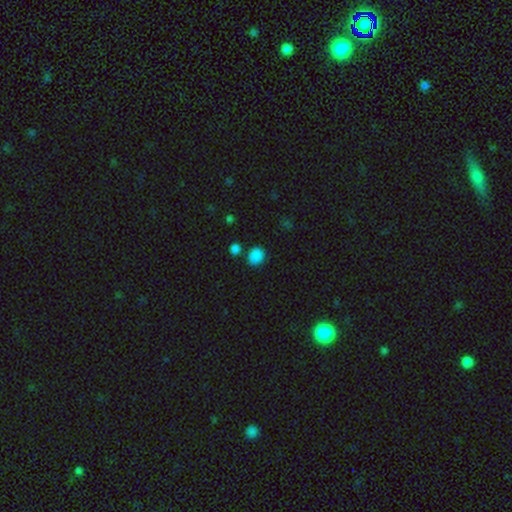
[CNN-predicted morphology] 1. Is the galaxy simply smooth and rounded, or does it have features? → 85% smooth, 11% star or artifact, 3% featured or disk.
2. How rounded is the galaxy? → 58% round, 41% in between, 1% cigar-shaped.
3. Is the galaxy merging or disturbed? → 77% none, 11% minor disturbance, 8% merger, 3% major disturbance.